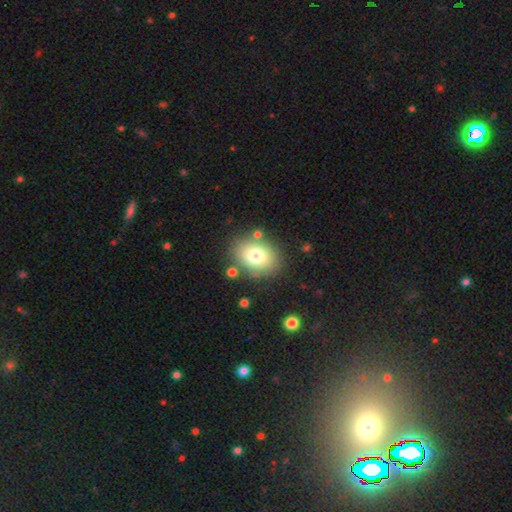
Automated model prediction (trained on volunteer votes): Smooth or featured? smooth (76%)
How rounded? in between (64%)
Merging? none (80%)